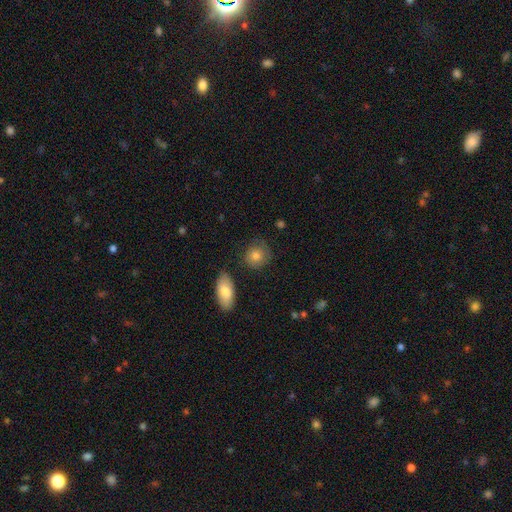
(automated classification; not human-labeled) The model was most divided on "how rounded": round: 78%, in between: 21%, cigar-shaped: 2%. More confident: smooth or featured — smooth (80%); merging — none (76%).